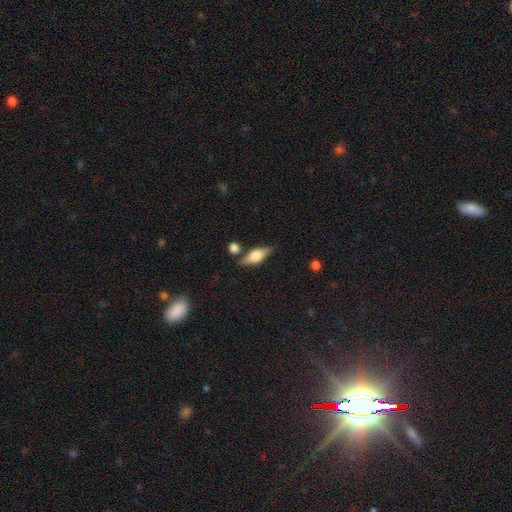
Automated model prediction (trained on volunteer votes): Smooth or featured?
  - featured or disk: 51% *
  - smooth: 42%
  - star or artifact: 7%
Edge-on disk?
  - yes: 92% *
  - no: 8%
Merging?
  - none: 77% *
  - minor disturbance: 13%
  - merger: 7%
  - major disturbance: 3%